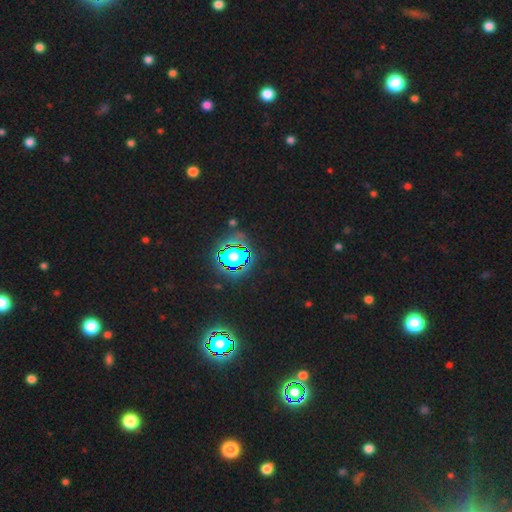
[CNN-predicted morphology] The model was most divided on "smooth or featured": star or artifact: 82%, smooth: 11%, featured or disk: 7%.